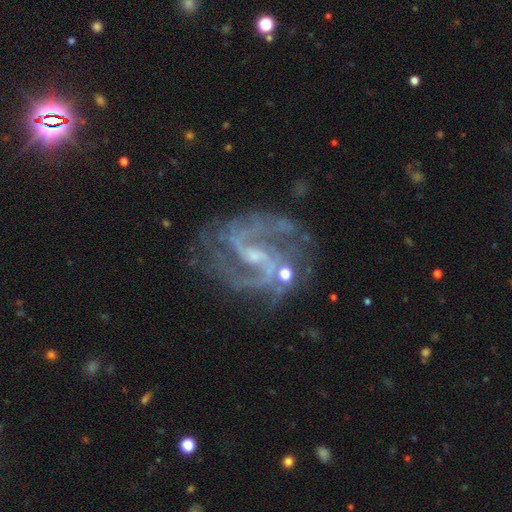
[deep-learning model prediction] Smooth or featured? Predicted: featured or disk (p=0.90). Edge-on disk? Predicted: no (p=0.98). Bar? Predicted: weak (p=0.52). Spiral arms? Predicted: yes (p=0.98). Spiral winding? Predicted: medium (p=0.56). Spiral arm count? Predicted: 2 (p=0.81). Bulge size? Predicted: small (p=0.64). Merging? Predicted: none (p=0.67).